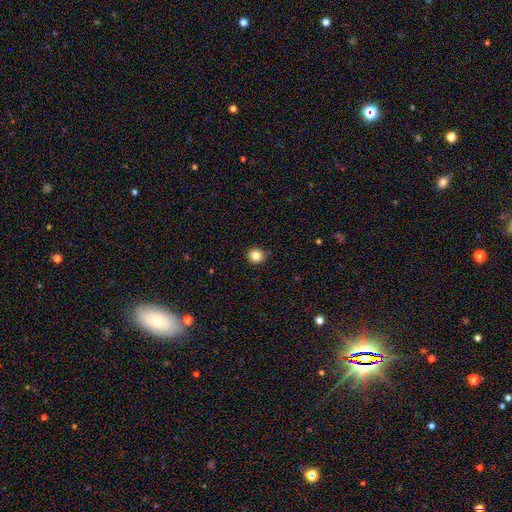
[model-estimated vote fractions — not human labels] This appears to be a smooth galaxy with no disk features (83%) that is round (87%). Merging: none (90%).